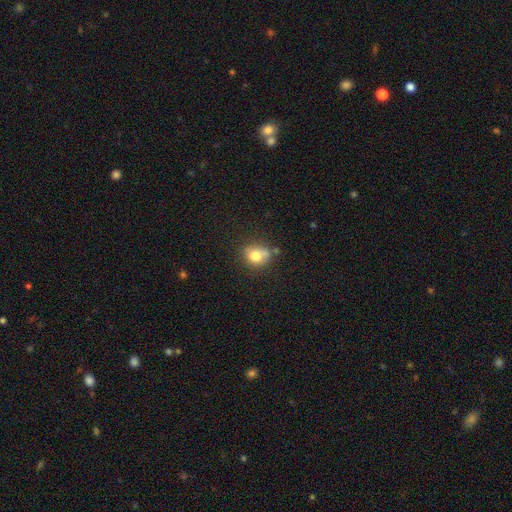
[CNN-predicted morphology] type=smooth (76%); roundness=round (67%); merging=none (52%).